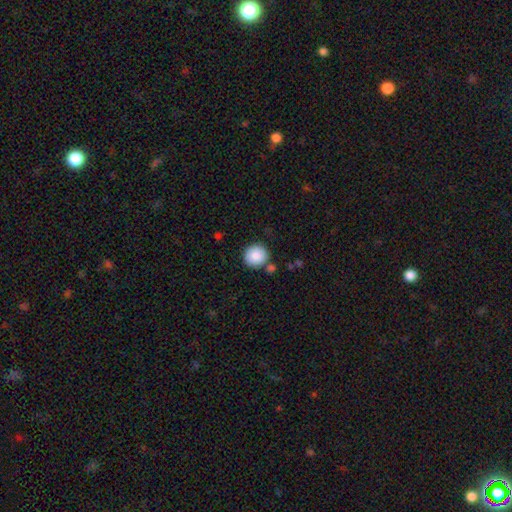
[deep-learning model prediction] Smooth or featured? Predicted: smooth (p=0.87). How rounded? Predicted: round (p=0.92). Merging? Predicted: none (p=0.81).